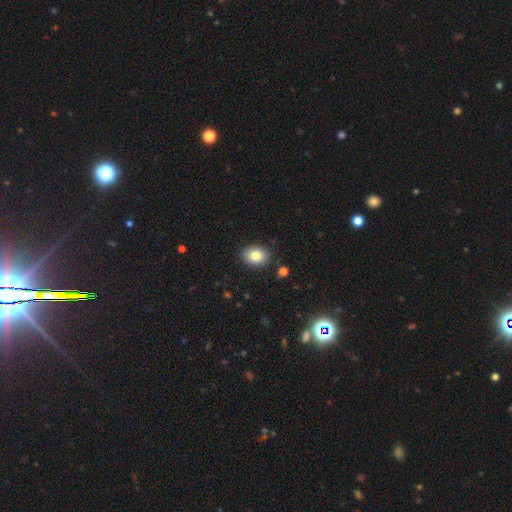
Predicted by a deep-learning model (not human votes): smooth-or-featured: smooth: 83% | star or artifact: 9% | featured or disk: 8%
  how-rounded: in between: 61% | round: 38% | cigar-shaped: 1%
  merging: none: 88% | minor disturbance: 8% | major disturbance: 2% | merger: 2%